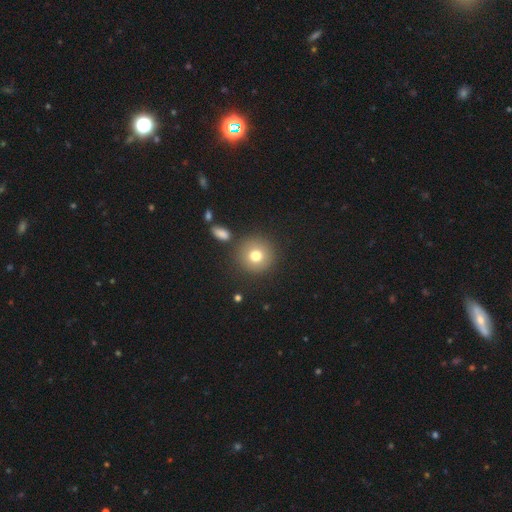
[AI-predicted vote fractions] This appears to be a smooth galaxy with no disk features (77%) that is round (93%). Merging: none (85%).